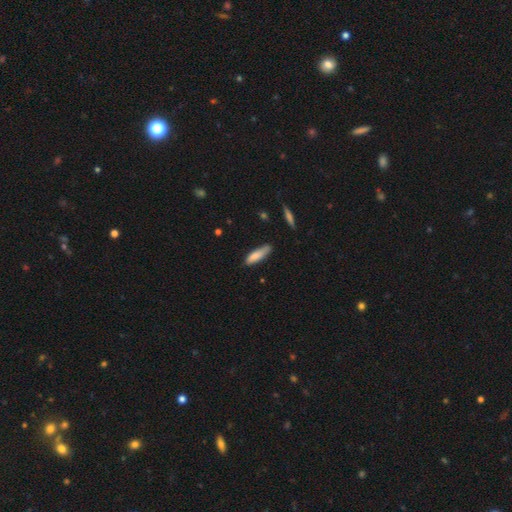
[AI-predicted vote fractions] This is clearly a smooth galaxy (82%). How rounded: possibly cigar-shaped (59%). Merging: likely none (65%).